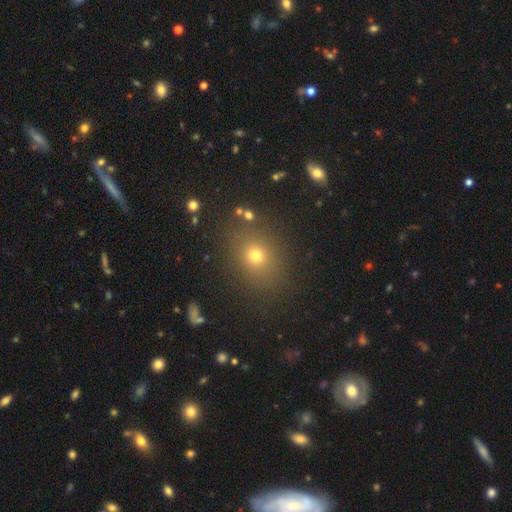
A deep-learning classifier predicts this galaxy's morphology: The model was most divided on "how rounded": round: 63%, in between: 36%, cigar-shaped: 1%. More confident: merging — none (86%); smooth or featured — smooth (68%).